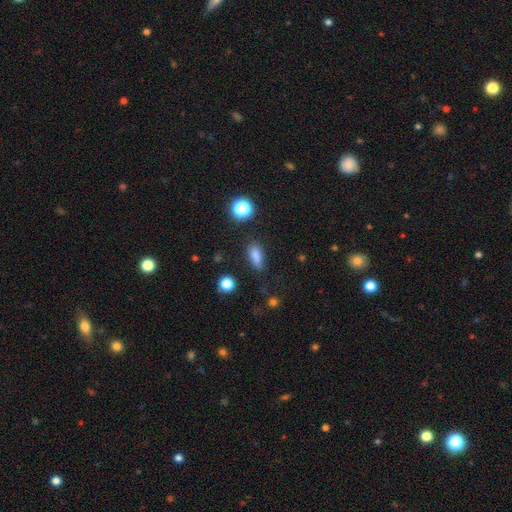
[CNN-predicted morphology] Smooth or featured? smooth (80%)
How rounded? in between (66%)
Merging? none (71%)